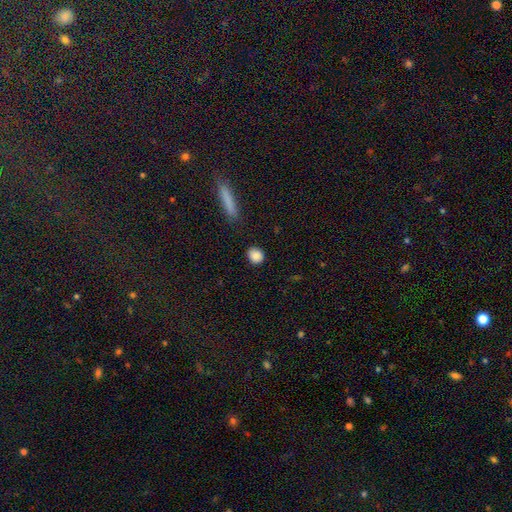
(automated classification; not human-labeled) smooth-or-featured: smooth: 88% | star or artifact: 8% | featured or disk: 4%
  how-rounded: round: 74% | in between: 24% | cigar-shaped: 2%
  merging: none: 87% | minor disturbance: 9% | major disturbance: 3% | merger: 2%